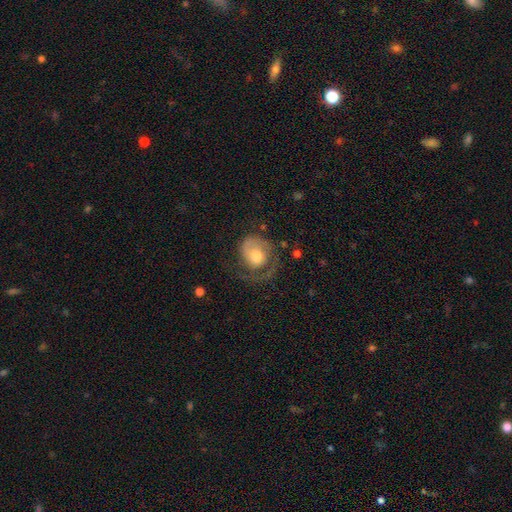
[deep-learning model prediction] Smooth or featured: featured or disk — 66% (smooth — 27%)
Edge-on disk: no — 98% (yes — 2%)
Bar: no — 72% (weak — 24%)
Spiral arms: yes — 87% (no — 13%)
Spiral winding: tight — 44% (medium — 33%)
Spiral arm count: 1 — 77% (2 — 12%)
Bulge size: moderate — 53% (large — 26%)
Merging: none — 45% (major disturbance — 34%)